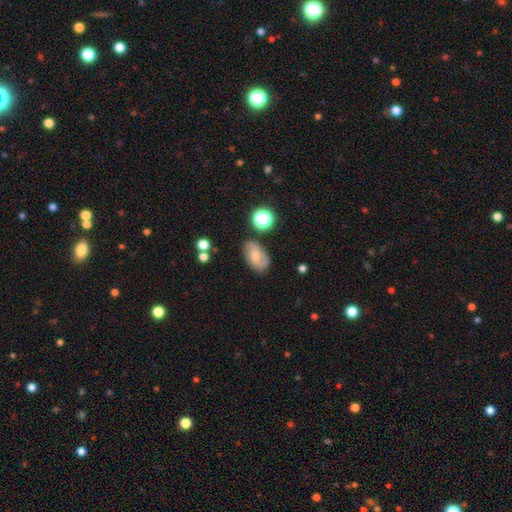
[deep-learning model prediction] smooth-or-featured: smooth: 46% | featured or disk: 44% | star or artifact: 10%
  merging: none: 73% | minor disturbance: 18% | major disturbance: 5% | merger: 4%